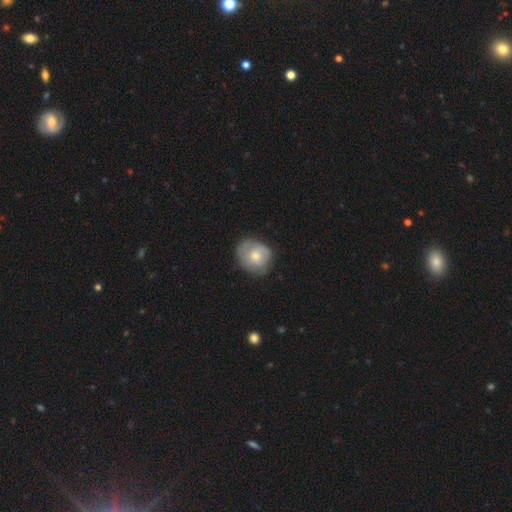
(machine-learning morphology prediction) smooth_or_featured: smooth (p=0.59) [alt: featured or disk p=0.34]
how_rounded: round (p=0.72) [alt: in between p=0.27]
merging: none (p=0.64) [alt: minor disturbance p=0.27]